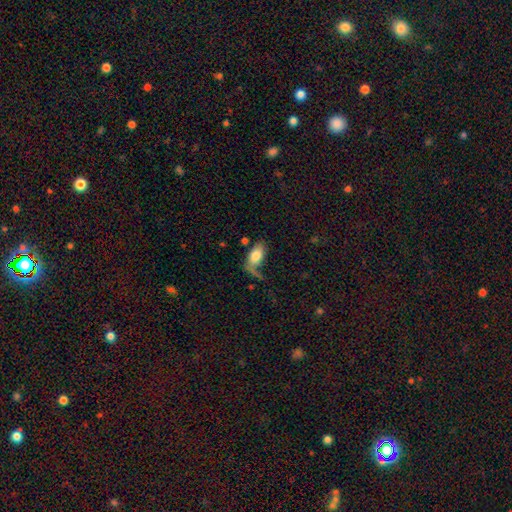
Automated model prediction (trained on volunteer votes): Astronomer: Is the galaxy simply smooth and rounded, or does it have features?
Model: smooth — 72%.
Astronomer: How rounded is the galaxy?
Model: in between — 91%.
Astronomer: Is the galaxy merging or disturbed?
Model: none — 42% (runner-up: major disturbance, 24%).